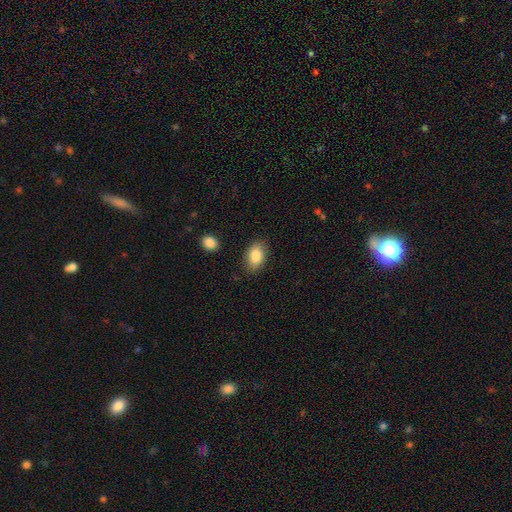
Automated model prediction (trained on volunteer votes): This is clearly a smooth galaxy (85%). How rounded: clearly in between (88%). Merging: clearly none (83%).